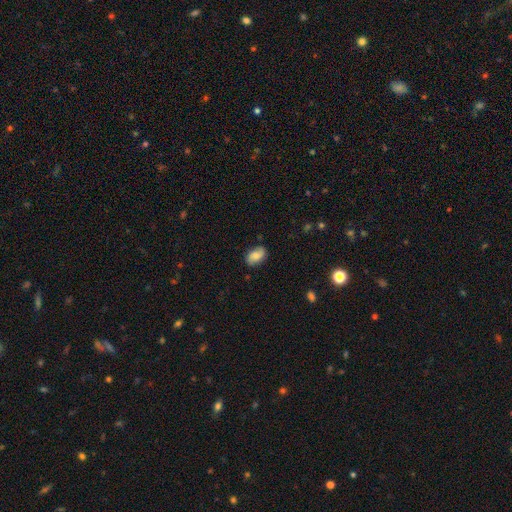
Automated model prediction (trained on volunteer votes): A smooth galaxy with no disk features (73%) that is in between round and cigar-shaped (90%). Merging: none (78%).